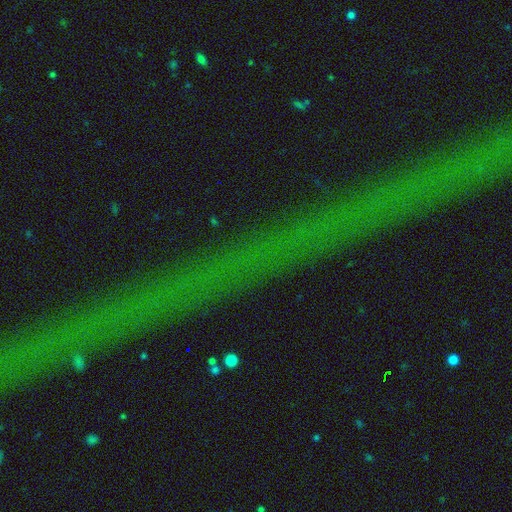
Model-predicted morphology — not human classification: star or artifact 75%, featured or disk 16%, smooth 9%.